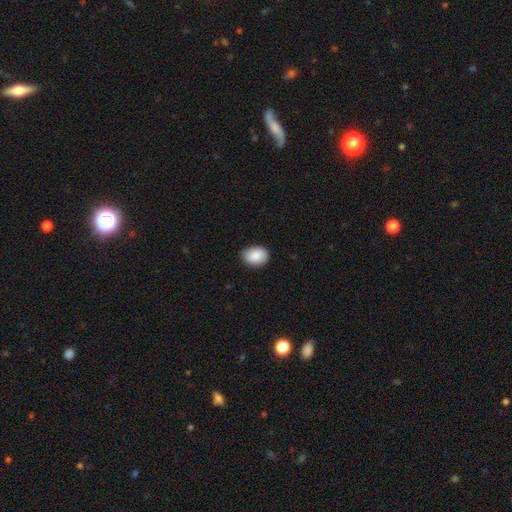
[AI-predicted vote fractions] Smooth or featured: smooth — 88% (star or artifact — 7%)
How rounded: in between — 65% (round — 34%)
Merging: none — 86% (minor disturbance — 11%)